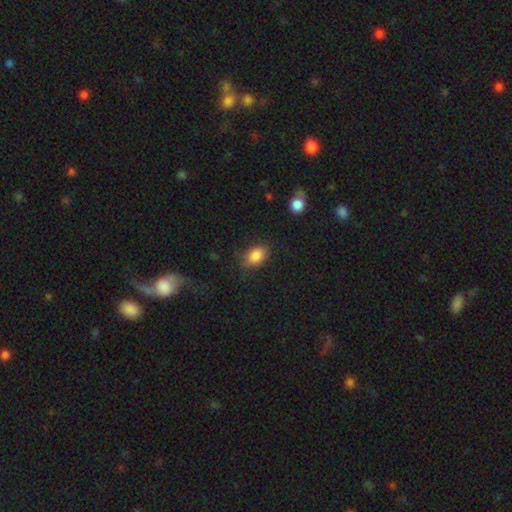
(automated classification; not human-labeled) A smooth galaxy with no disk features (86%) that is in between round and cigar-shaped (85%). Merging: none (75%).